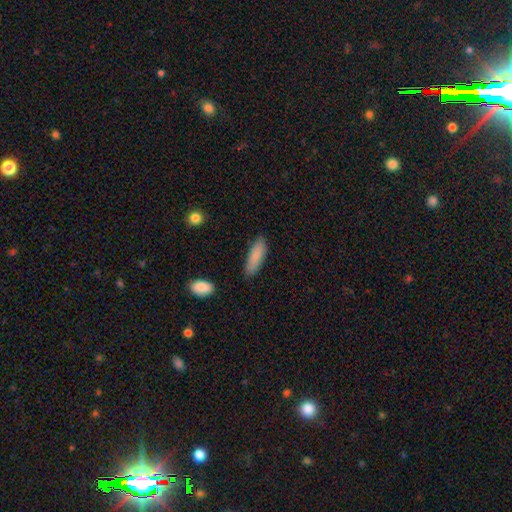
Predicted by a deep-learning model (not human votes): Smooth or featured? smooth (86%)
How rounded? in between (50%)
Merging? none (83%)